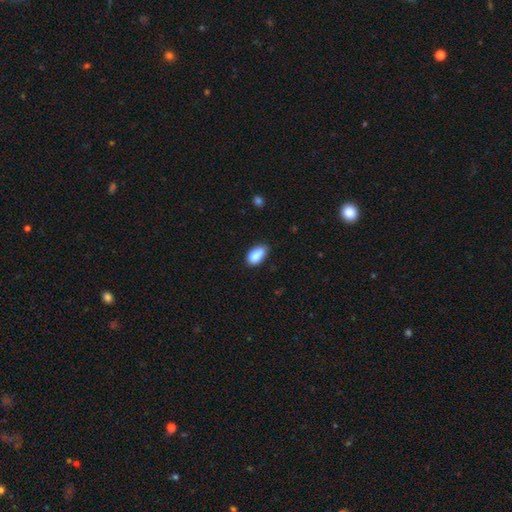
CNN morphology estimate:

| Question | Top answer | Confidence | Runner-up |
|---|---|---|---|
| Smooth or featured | smooth | 84% | star or artifact (8%) |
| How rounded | in between | 91% | round (5%) |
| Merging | none | 56% | minor disturbance (34%) |